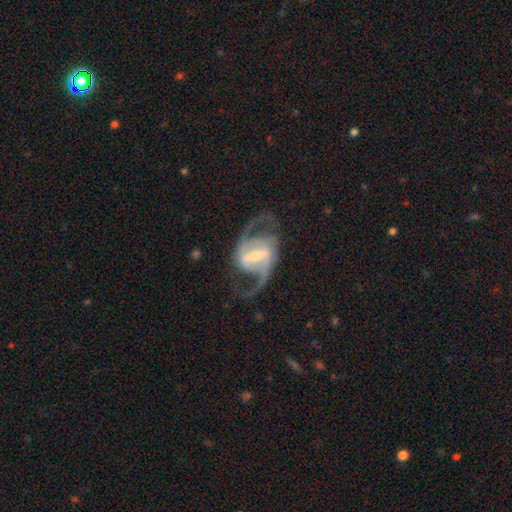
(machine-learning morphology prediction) Q: Smooth or featured?
A: featured or disk (90%); runner-up: smooth (5%)
Q: Edge-on disk?
A: no (97%); runner-up: yes (3%)
Q: Bar?
A: strong (59%); runner-up: weak (34%)
Q: Spiral arms?
A: yes (96%); runner-up: no (4%)
Q: Spiral winding?
A: medium (47%); runner-up: loose (45%)
Q: Spiral arm count?
A: 2 (92%); runner-up: 1 (2%)
Q: Bulge size?
A: small (47%); runner-up: moderate (33%)
Q: Merging?
A: none (70%); runner-up: major disturbance (15%)